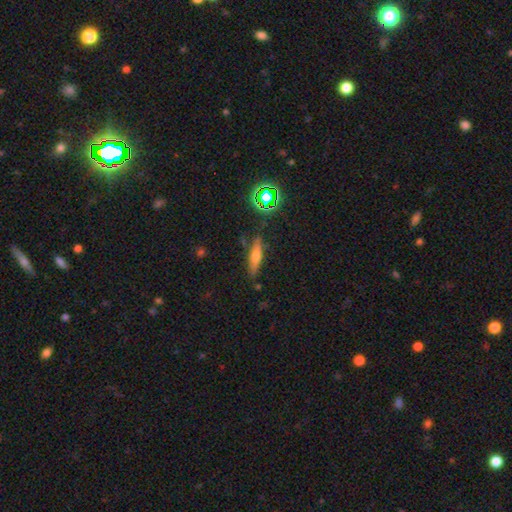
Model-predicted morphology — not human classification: smooth_or_featured: smooth (p=0.52) [alt: featured or disk p=0.32]
how_rounded: cigar-shaped (p=0.68) [alt: in between p=0.28]
merging: none (p=0.78) [alt: minor disturbance p=0.14]